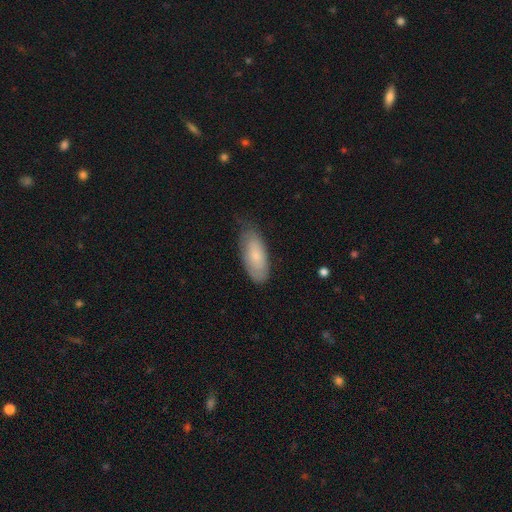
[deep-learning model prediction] This is likely a smooth galaxy (72%). How rounded: clearly in between (82%). Merging: likely none (63%).